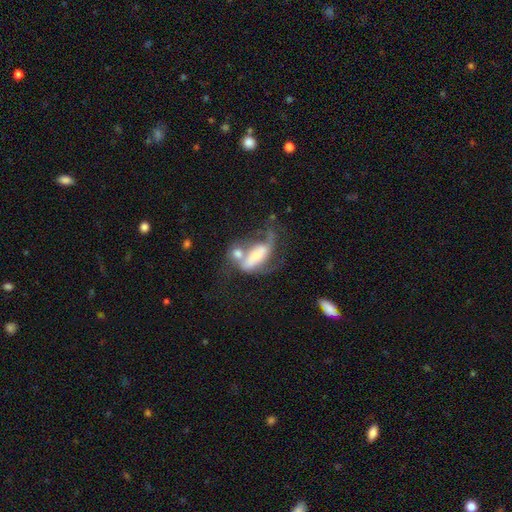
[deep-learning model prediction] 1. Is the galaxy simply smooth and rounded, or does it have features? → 60% featured or disk, 33% smooth, 7% star or artifact.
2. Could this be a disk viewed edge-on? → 89% no, 11% yes.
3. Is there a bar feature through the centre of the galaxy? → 42% no, 30% strong, 27% weak.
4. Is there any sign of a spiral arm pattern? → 68% yes, 32% no.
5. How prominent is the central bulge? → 43% moderate, 37% small, 12% large, 5% none, 3% dominant.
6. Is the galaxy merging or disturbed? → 49% merger, 22% major disturbance, 18% none, 11% minor disturbance.